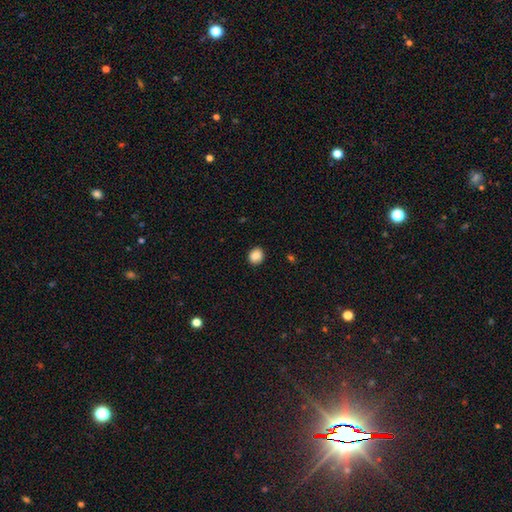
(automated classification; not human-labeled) Smooth or featured? Predicted: smooth (p=0.88). How rounded? Predicted: round (p=0.71). Merging? Predicted: none (p=0.90).